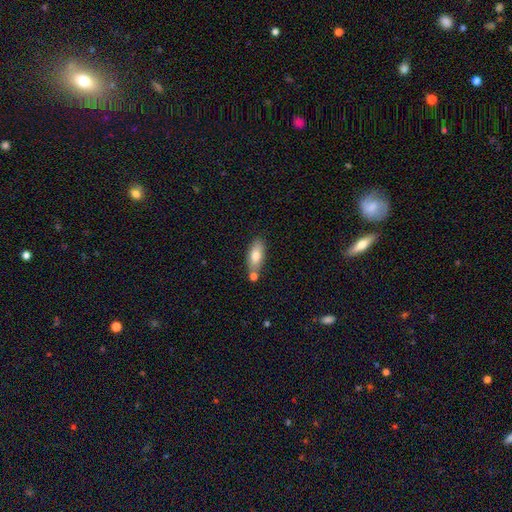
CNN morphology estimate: A smooth galaxy with no disk features (76%) that is in between round and cigar-shaped (82%).

Vote fractions:
- Smooth or featured? smooth: 76% / featured or disk: 17% / star or artifact: 7%
- How rounded? in between: 82% / cigar-shaped: 14% / round: 3%
- Merging? none: 63% / merger: 20% / minor disturbance: 14% / major disturbance: 3%